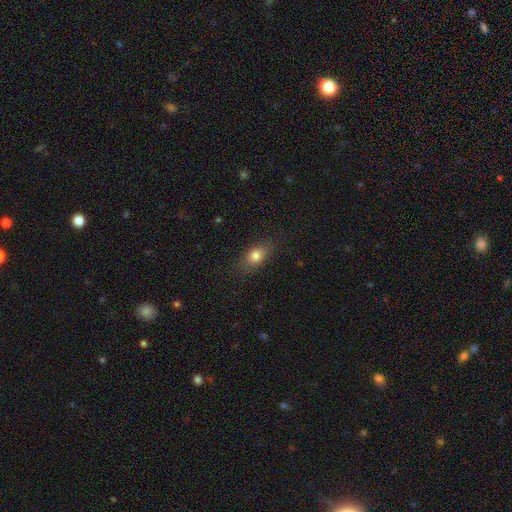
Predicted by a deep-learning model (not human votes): Smooth or featured?
  - smooth: 78% *
  - featured or disk: 12%
  - star or artifact: 10%
How rounded?
  - in between: 73% *
  - round: 19%
  - cigar-shaped: 8%
Merging?
  - none: 81% *
  - minor disturbance: 14%
  - major disturbance: 4%
  - merger: 1%